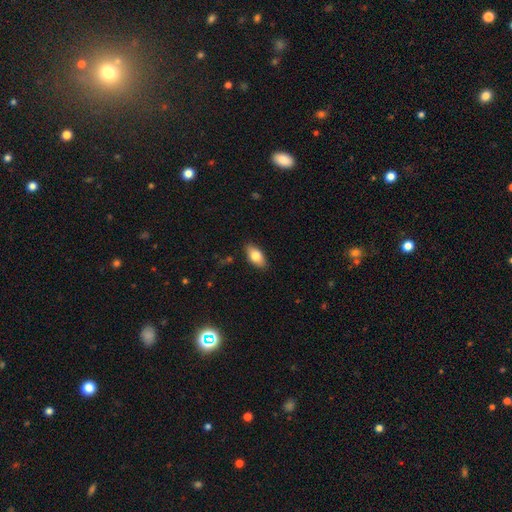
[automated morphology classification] Q: Smooth or featured?
A: smooth (77%); runner-up: featured or disk (16%)
Q: How rounded?
A: in between (90%); runner-up: cigar-shaped (6%)
Q: Merging?
A: none (87%); runner-up: minor disturbance (10%)